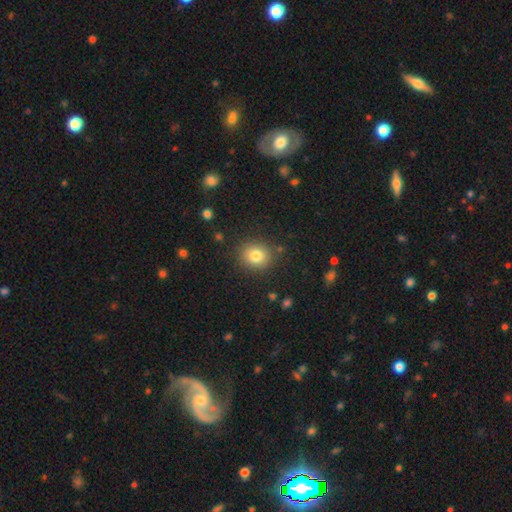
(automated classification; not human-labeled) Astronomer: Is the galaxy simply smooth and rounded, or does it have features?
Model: smooth — 81%.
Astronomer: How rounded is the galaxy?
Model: round — 77%.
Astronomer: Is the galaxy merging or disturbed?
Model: none — 86%.